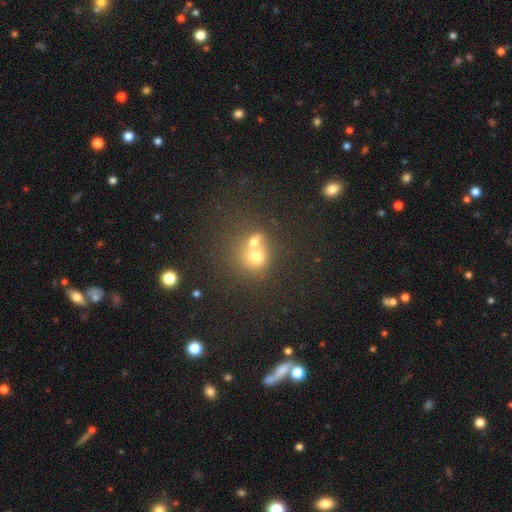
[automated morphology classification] A smooth galaxy with no disk features (65%) that is round (78%). Merging: merger (55%).